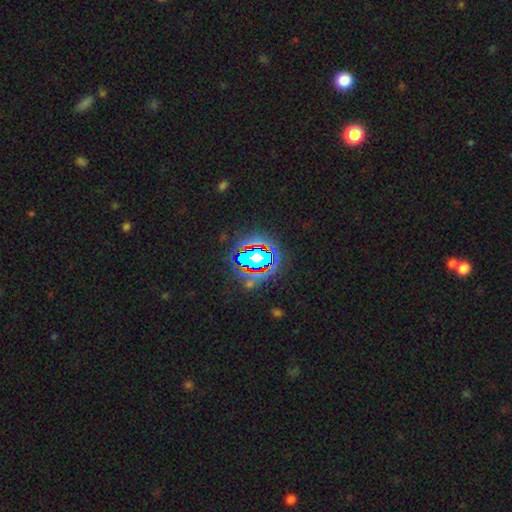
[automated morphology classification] This appears to be a star or artifact, not a galaxy (59%).